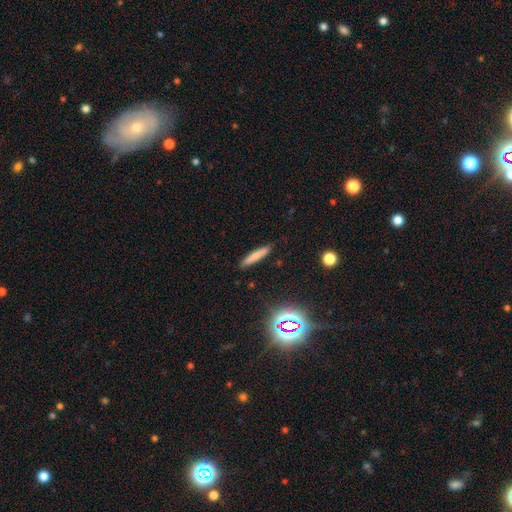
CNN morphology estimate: Smooth or featured? Predicted: smooth (p=0.72). How rounded? Predicted: cigar-shaped (p=0.90). Merging? Predicted: none (p=0.88).